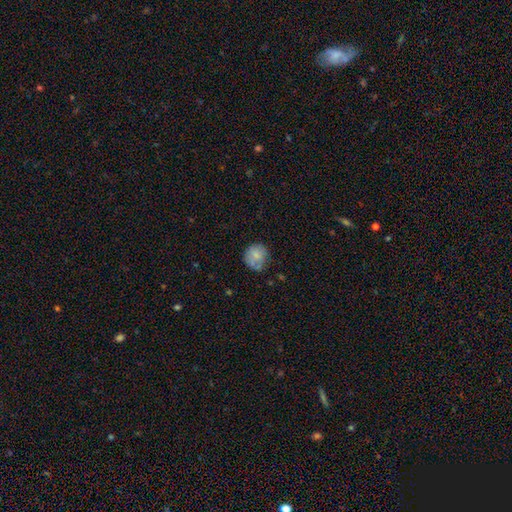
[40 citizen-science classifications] Morphology: type=smooth (68%); roundness=round (89%); merging=none (70%).